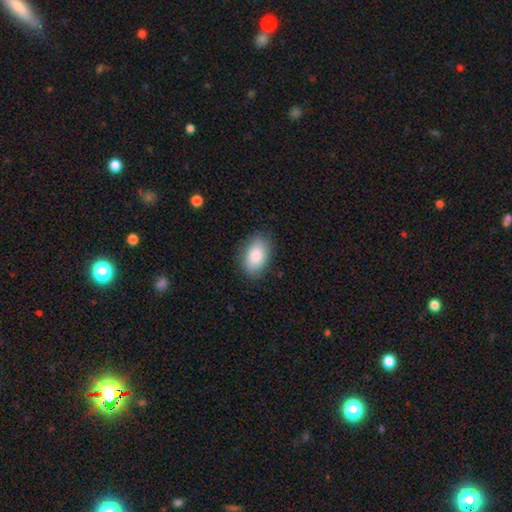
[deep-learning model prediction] This is clearly a smooth galaxy (84%). How rounded: clearly in between (91%). Merging: clearly none (85%).